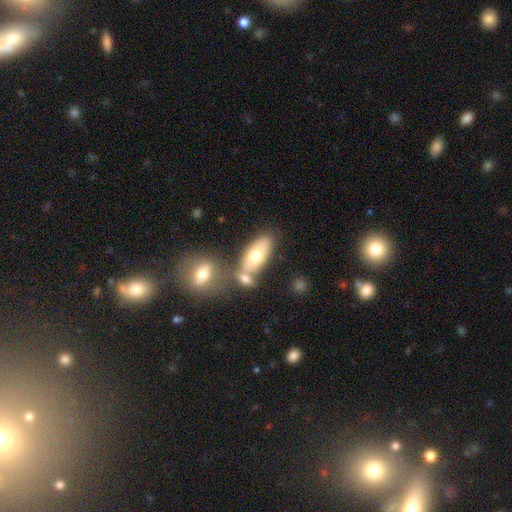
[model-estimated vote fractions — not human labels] Smooth or featured? Predicted: smooth (p=0.69). How rounded? Predicted: in between (p=0.84). Merging? Predicted: none (p=0.50).